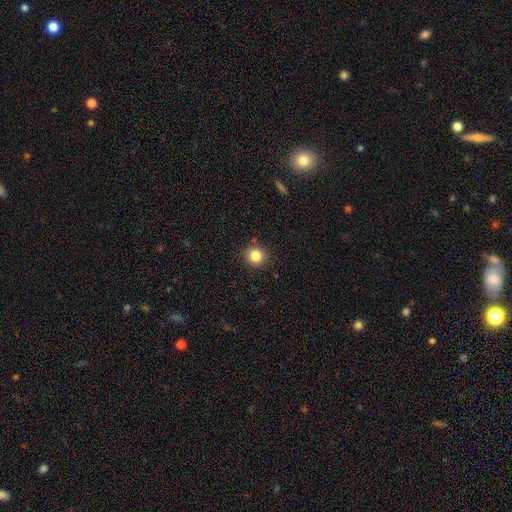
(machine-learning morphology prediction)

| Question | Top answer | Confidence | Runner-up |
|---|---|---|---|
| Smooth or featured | smooth | 84% | star or artifact (11%) |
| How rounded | round | 92% | in between (7%) |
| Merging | none | 90% | minor disturbance (7%) |